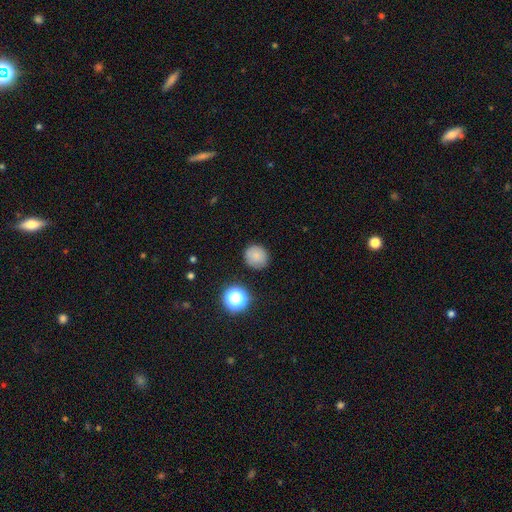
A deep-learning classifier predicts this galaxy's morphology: Q: Smooth or featured?
A: smooth (81%); runner-up: star or artifact (12%)
Q: How rounded?
A: round (90%); runner-up: in between (9%)
Q: Merging?
A: none (86%); runner-up: minor disturbance (10%)